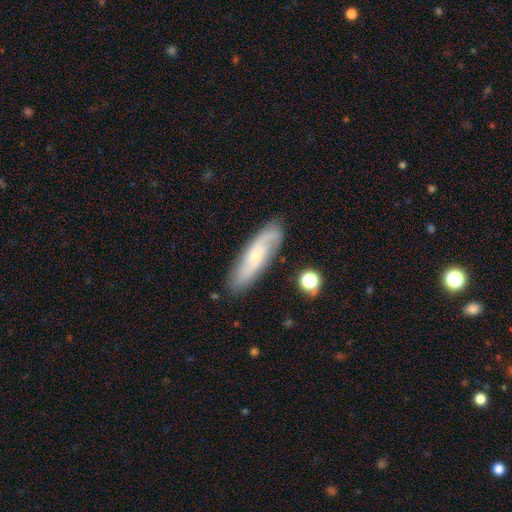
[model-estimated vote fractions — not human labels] smooth-or-featured: featured or disk: 59% | smooth: 34% | star or artifact: 7%
  disk-edge-on: no: 78% | yes: 22%
  merging: none: 80% | minor disturbance: 14% | major disturbance: 4% | merger: 2%